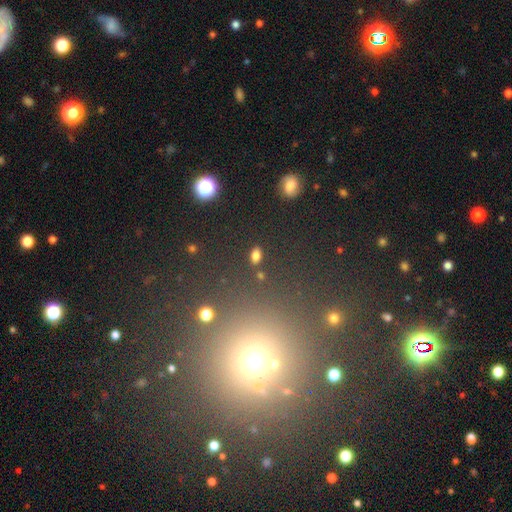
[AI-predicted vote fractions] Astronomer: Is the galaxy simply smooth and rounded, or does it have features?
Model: smooth — 78%.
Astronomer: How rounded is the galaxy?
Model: in between — 87%.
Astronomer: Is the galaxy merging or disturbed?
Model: none — 84%.